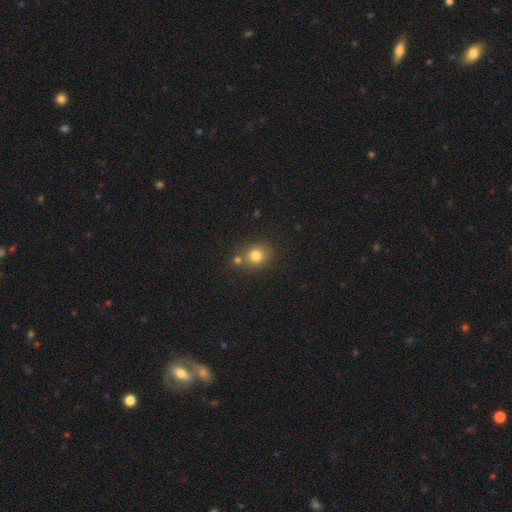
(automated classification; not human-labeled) This is likely a smooth galaxy (79%). How rounded: likely round (76%). Merging: likely none (66%).